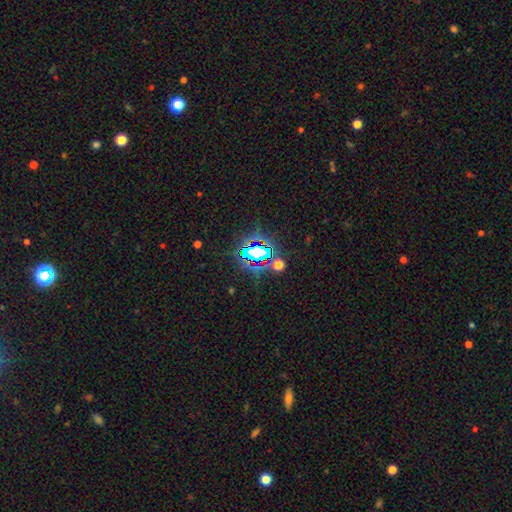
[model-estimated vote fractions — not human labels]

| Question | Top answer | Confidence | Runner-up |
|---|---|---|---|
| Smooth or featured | star or artifact | 78% | smooth (13%) |